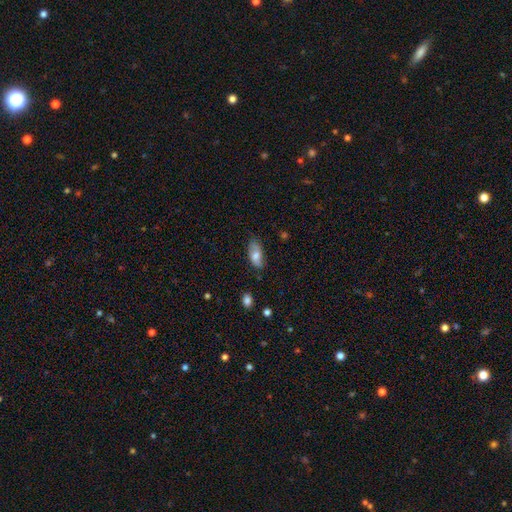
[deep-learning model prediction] Smooth or featured: smooth — 75% (featured or disk — 19%)
How rounded: in between — 90% (cigar-shaped — 7%)
Merging: none — 71% (minor disturbance — 23%)